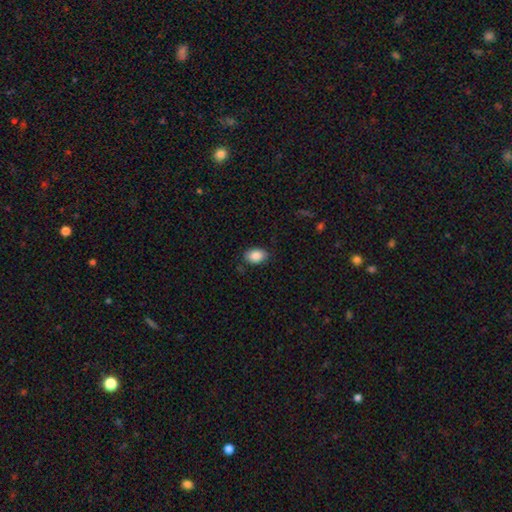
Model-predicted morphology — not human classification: A smooth galaxy with no disk features (88%) that is in between round and cigar-shaped (83%). Merging: none (83%).